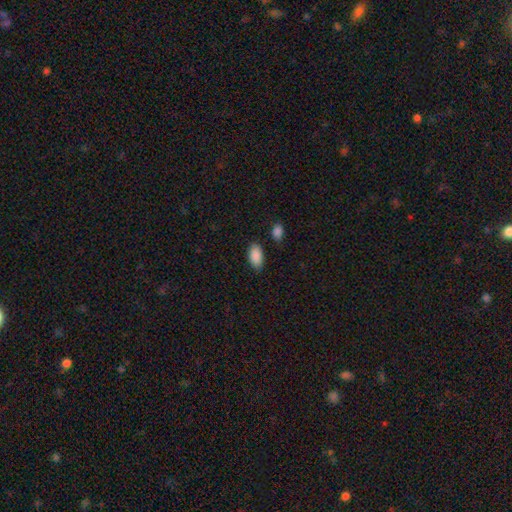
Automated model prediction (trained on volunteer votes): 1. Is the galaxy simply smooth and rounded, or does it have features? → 90% smooth, 7% star or artifact, 4% featured or disk.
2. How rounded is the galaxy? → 94% in between, 3% round, 3% cigar-shaped.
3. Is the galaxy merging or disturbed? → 83% none, 11% minor disturbance, 3% merger, 3% major disturbance.